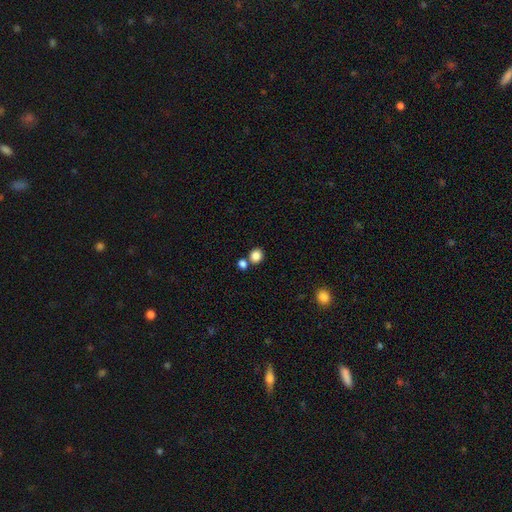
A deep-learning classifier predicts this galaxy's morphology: The model was most divided on "merging": none: 67%, merger: 22%, minor disturbance: 8%, major disturbance: 3%. More confident: smooth or featured — smooth (85%); how rounded — round (81%).